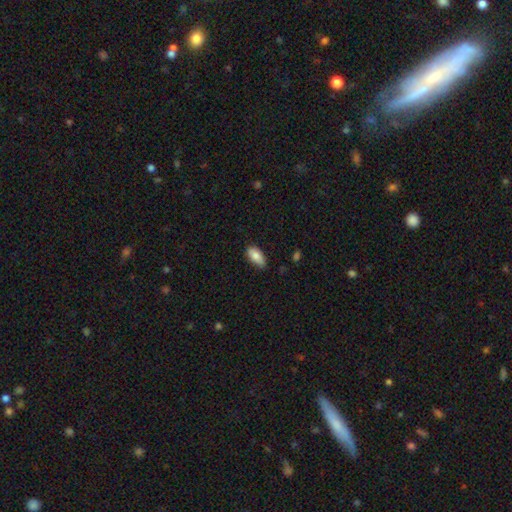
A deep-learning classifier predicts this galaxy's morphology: smooth 85%, featured or disk 8%, star or artifact 7%. Down the decision tree: how rounded — in between (89%); merging — none (71%).